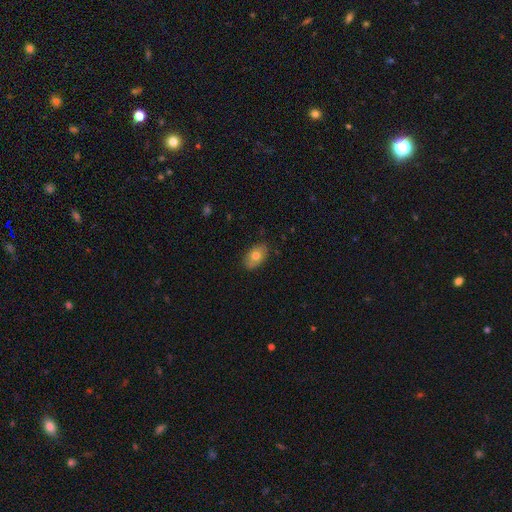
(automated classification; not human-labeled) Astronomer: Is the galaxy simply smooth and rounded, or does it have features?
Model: smooth — 72%.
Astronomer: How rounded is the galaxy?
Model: in between — 88%.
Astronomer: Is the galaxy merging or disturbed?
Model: none — 84%.